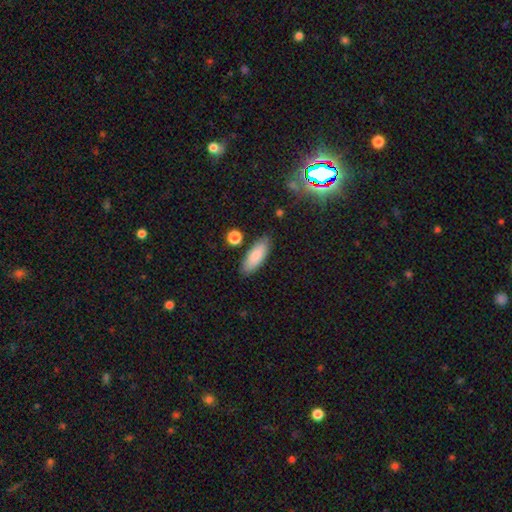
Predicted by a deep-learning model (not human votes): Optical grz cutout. It shows a smooth galaxy with no disk features (86%) that is in between round and cigar-shaped (67%). Merging: none (85%).